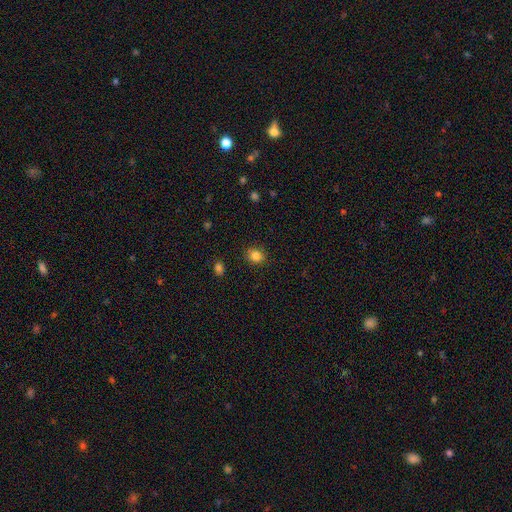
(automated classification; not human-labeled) This is clearly a smooth galaxy (84%). How rounded: likely round (72%). Merging: clearly none (89%).